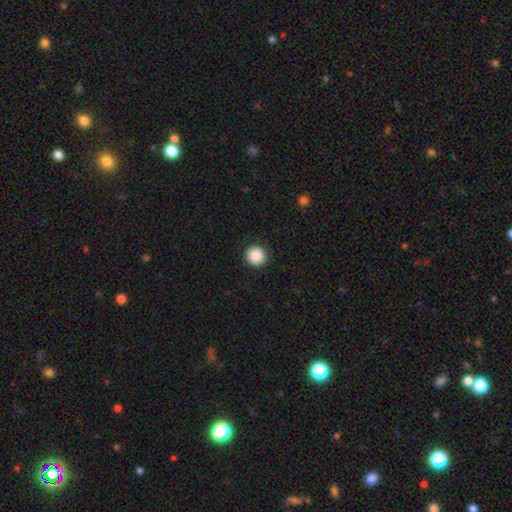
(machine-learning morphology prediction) A smooth galaxy with no disk features (89%) that is round (95%).

Vote fractions:
- Smooth or featured? smooth: 89% / star or artifact: 9% / featured or disk: 3%
- How rounded? round: 95% / in between: 4% / cigar-shaped: 1%
- Merging? none: 92% / minor disturbance: 5% / major disturbance: 2% / merger: 1%